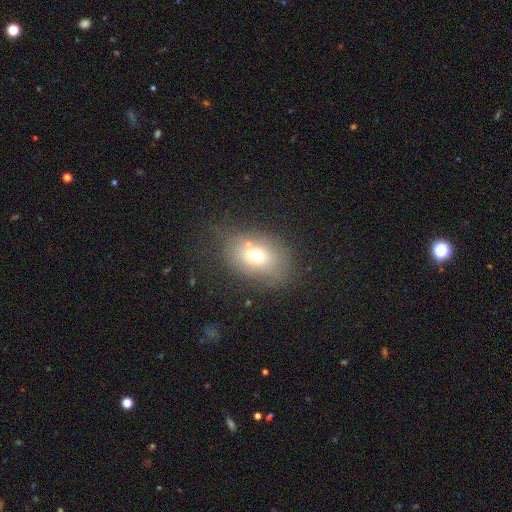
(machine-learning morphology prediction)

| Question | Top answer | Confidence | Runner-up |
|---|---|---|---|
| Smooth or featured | smooth | 63% | featured or disk (22%) |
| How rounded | in between | 62% | round (37%) |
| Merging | none | 57% | minor disturbance (20%) |